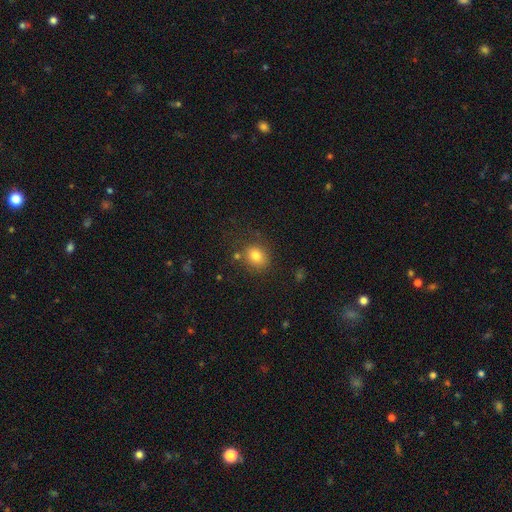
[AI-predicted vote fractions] Smooth or featured: smooth — 80% (star or artifact — 12%)
How rounded: round — 63% (in between — 36%)
Merging: none — 75% (minor disturbance — 14%)